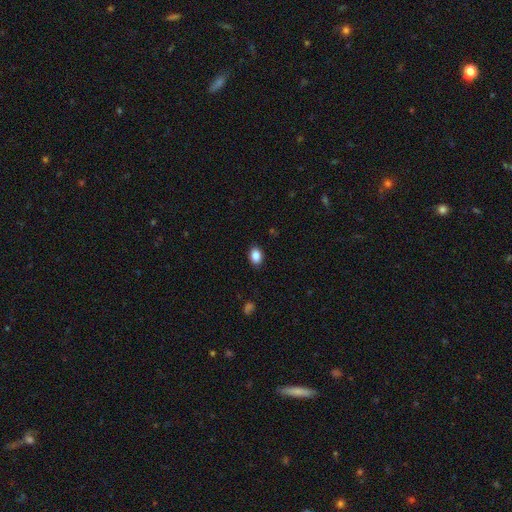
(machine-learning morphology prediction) type=smooth (88%); roundness=in between (79%); merging=none (88%).